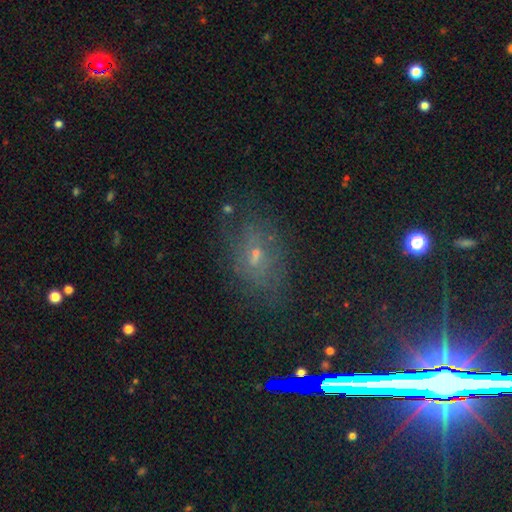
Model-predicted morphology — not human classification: smooth 39%, featured or disk 33%, star or artifact 28%. Down the decision tree: merging — none (64%).